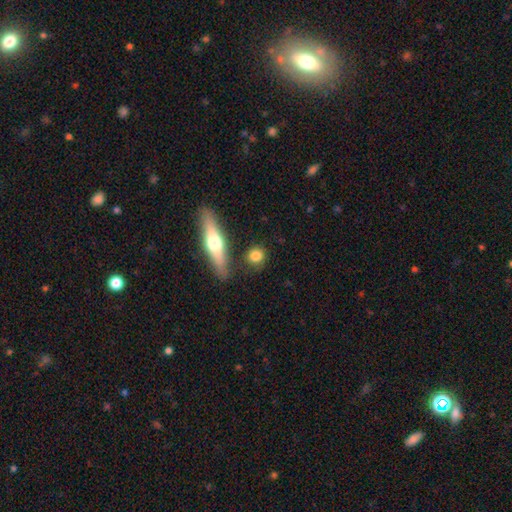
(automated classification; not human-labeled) The model was most divided on "how rounded": round: 70%, in between: 21%, cigar-shaped: 9%. More confident: smooth or featured — smooth (77%); merging — none (77%).